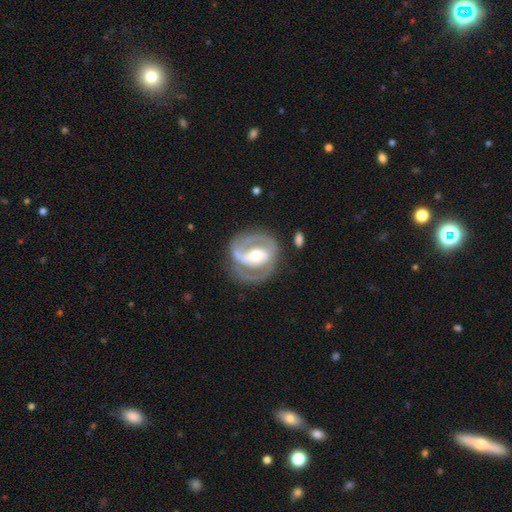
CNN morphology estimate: A featured or disk galaxy (87%) with a strong bar (39%), 2 (81%) medium (45%) spiral arms (91%) and a moderate central bulge (66%). Merging: none (73%).